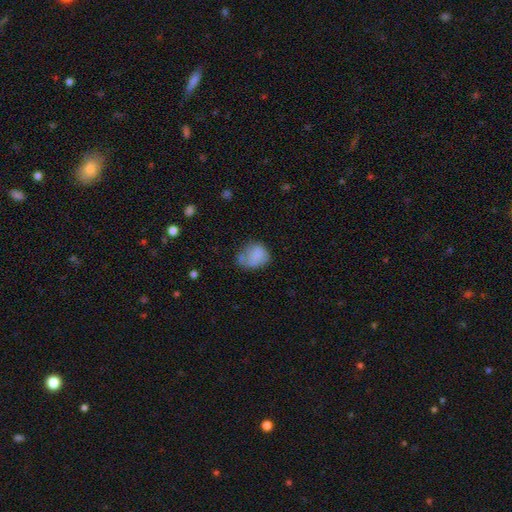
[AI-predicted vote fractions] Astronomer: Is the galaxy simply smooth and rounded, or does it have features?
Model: smooth — 73%.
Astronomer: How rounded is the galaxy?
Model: in between — 50% (runner-up: round, 49%).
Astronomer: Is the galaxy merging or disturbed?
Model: none — 37% (runner-up: minor disturbance, 31%).